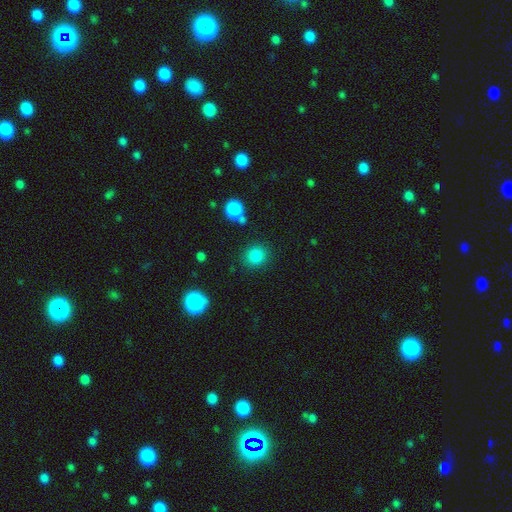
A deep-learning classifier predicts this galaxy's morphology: smooth 84%, star or artifact 12%, featured or disk 4%. Down the decision tree: how rounded — round (85%); merging — none (84%).